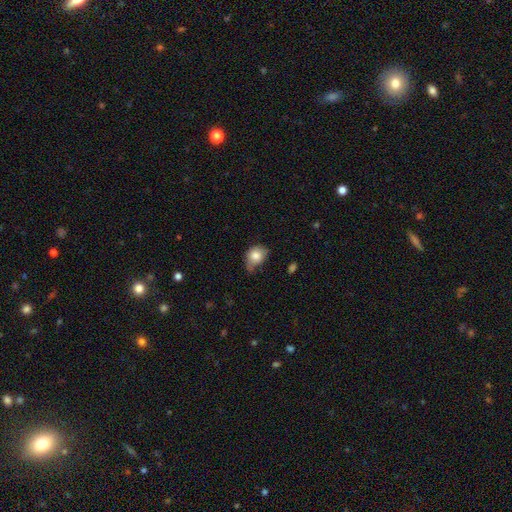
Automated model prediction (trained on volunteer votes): This is likely a smooth galaxy (79%). How rounded: possibly in between (52%). Merging: marginally minor disturbance (45%).